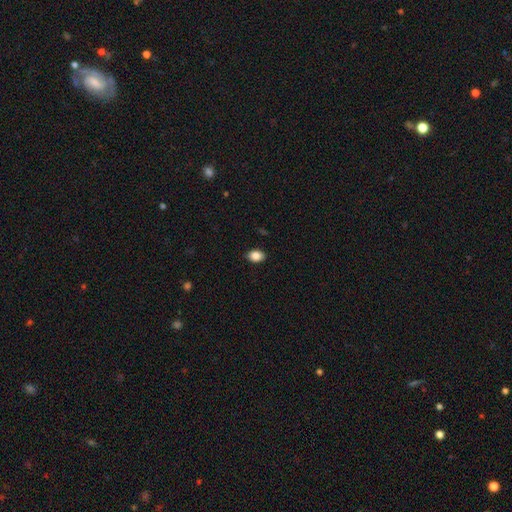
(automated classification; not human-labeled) smooth_or_featured: smooth (p=0.86) [alt: star or artifact p=0.08]
how_rounded: in between (p=0.80) [alt: round p=0.19]
merging: none (p=0.88) [alt: minor disturbance p=0.09]